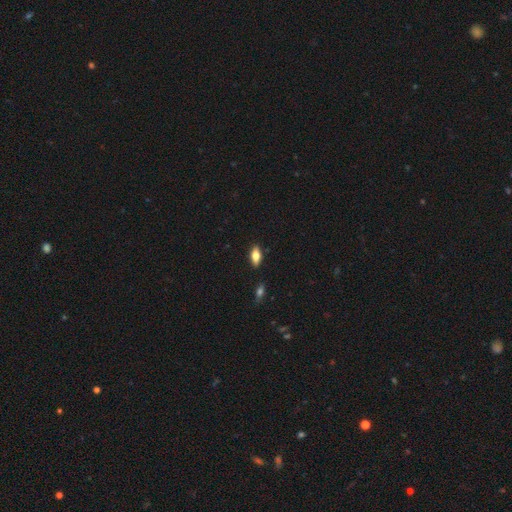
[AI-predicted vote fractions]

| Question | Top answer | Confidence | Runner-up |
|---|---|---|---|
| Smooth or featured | smooth | 69% | featured or disk (23%) |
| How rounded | in between | 84% | cigar-shaped (13%) |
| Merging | none | 87% | minor disturbance (10%) |